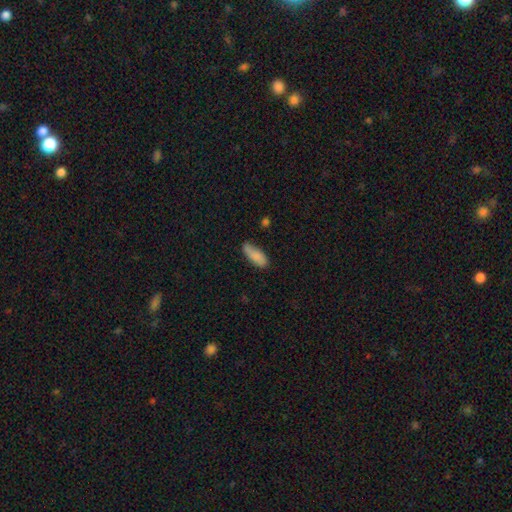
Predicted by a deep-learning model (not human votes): This is clearly a smooth galaxy (85%). How rounded: likely in between (72%). Merging: likely none (65%).